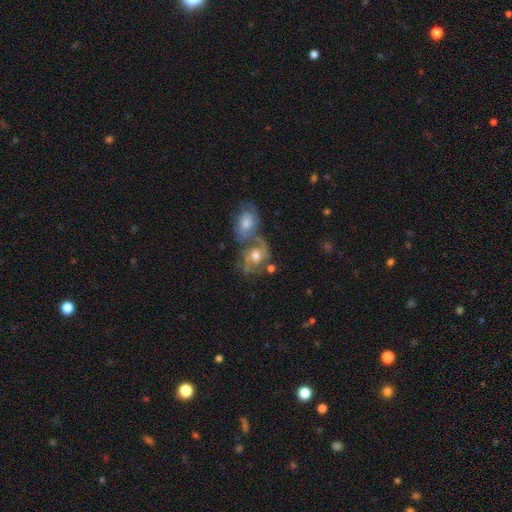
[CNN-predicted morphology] type=featured or disk (76%); edge-on=no (97%); bar=no (67%); spiral arms=yes (92%); winding=medium (52%); arm count=2 (68%); bulge=moderate (71%); merging=merger (50%).